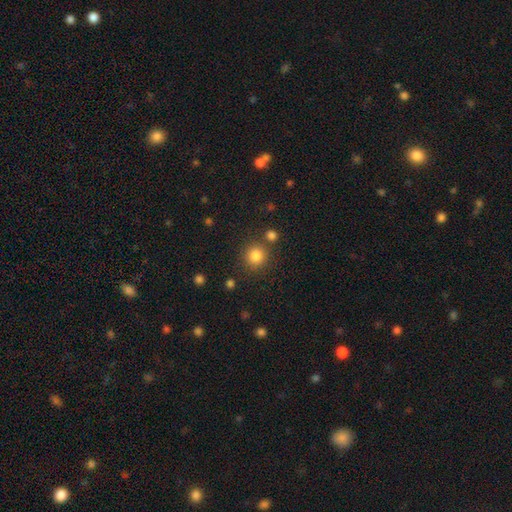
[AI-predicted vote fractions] A smooth galaxy with no disk features (84%) that is round (91%). Merging: none (82%).